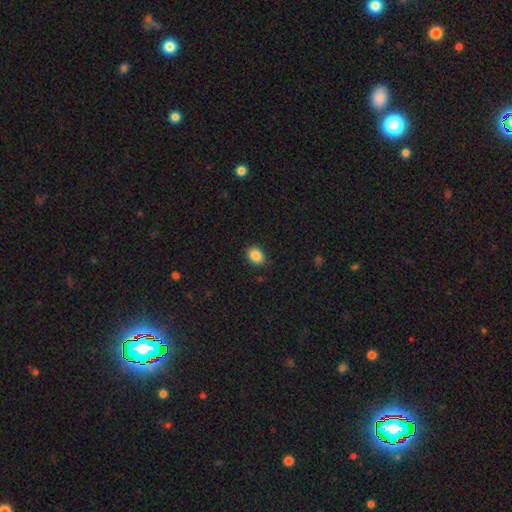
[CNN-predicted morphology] Overall: smooth (87%). How rounded: in between (63%; round 36%). Merging: none (85%).